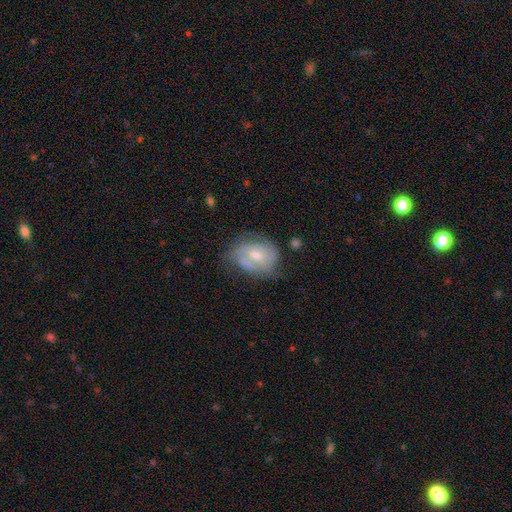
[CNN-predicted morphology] A featured or disk galaxy (66%) with no bar (48%), 2 (47%) tight (54%) spiral arms (79%) and a moderate central bulge (56%).

Vote fractions:
- Smooth or featured? featured or disk: 66% / smooth: 27% / star or artifact: 7%
- Edge-on disk? no: 97% / yes: 3%
- Bar? no: 48% / weak: 44% / strong: 8%
- Spiral arms? yes: 79% / no: 21%
- Spiral winding? tight: 54% / medium: 35% / loose: 11%
- Spiral arm count? 2: 47% / can't tell: 32% / 3: 8% / 1: 8% / 4: 2% / more than 4: 2%
- Bulge size? moderate: 56% / small: 37% / large: 3% / none: 3% / dominant: 1%
- Merging? none: 57% / minor disturbance: 28% / major disturbance: 12% / merger: 3%